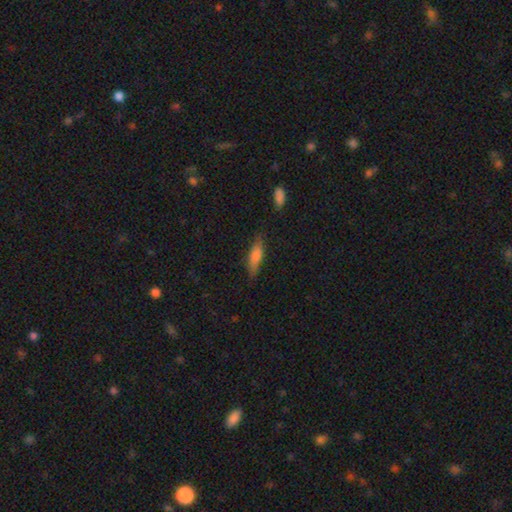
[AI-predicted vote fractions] Overall: smooth (74%). How rounded: cigar-shaped (57%; in between 41%). Merging: none (77%).